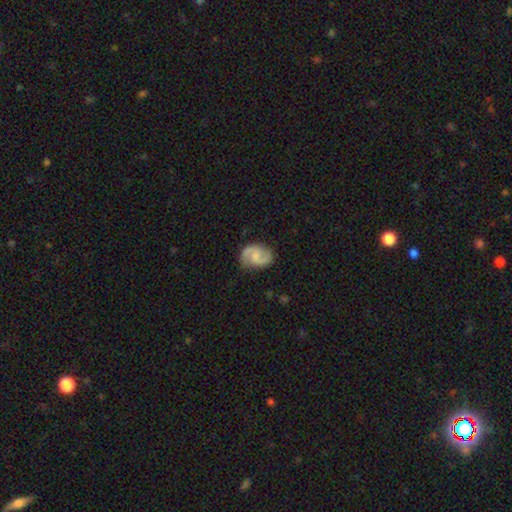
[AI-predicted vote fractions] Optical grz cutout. It shows a featured or disk galaxy (80%) with a weak bar (48%), 2 (92%) medium (54%) spiral arms (96%) and a small central bulge (36%). Merging: none (79%).